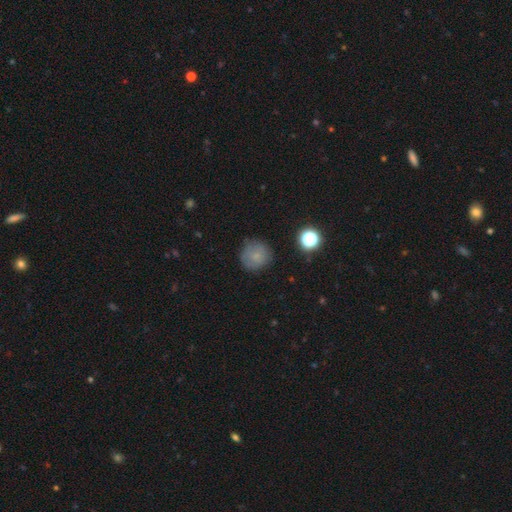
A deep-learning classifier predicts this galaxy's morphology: smooth 75%, featured or disk 12%, star or artifact 12%. Down the decision tree: how rounded — round (93%); merging — none (81%).